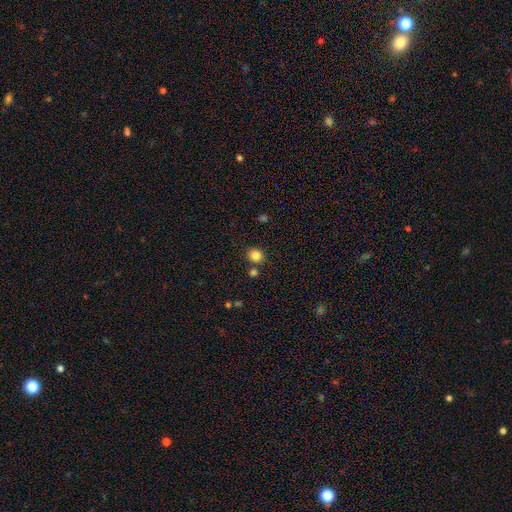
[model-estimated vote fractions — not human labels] Overall: smooth (84%). How rounded: round (79%). Merging: none (76%).